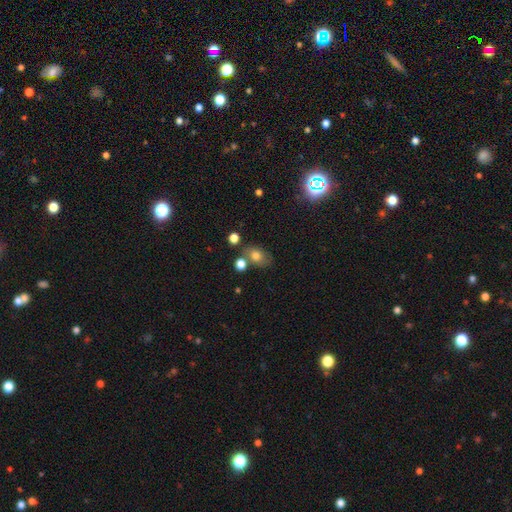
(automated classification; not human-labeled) This is likely a smooth galaxy (73%). How rounded: likely in between (71%). Merging: likely none (61%).